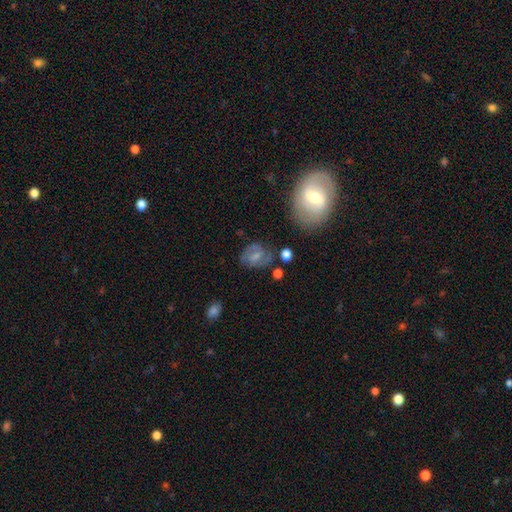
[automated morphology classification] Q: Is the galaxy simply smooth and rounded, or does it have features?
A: featured or disk — 54%.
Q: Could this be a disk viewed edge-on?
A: no — 96%.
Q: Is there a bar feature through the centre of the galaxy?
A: weak — 49%.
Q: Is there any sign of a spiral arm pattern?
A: yes — 77%.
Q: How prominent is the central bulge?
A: small — 34%.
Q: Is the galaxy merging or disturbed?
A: none — 63%.